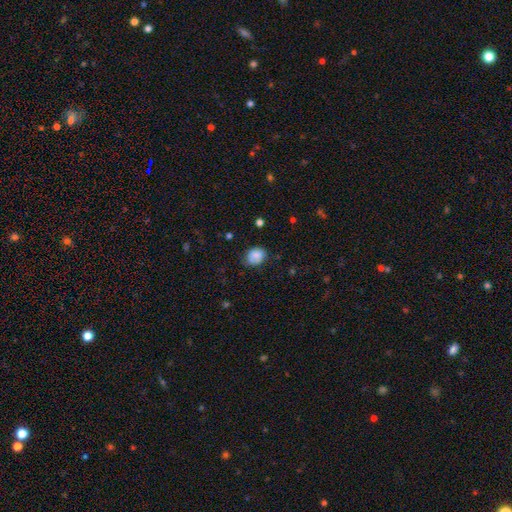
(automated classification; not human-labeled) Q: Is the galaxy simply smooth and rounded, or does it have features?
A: smooth — 80%.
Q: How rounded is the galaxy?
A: round — 54%.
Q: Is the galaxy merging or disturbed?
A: none — 66%.